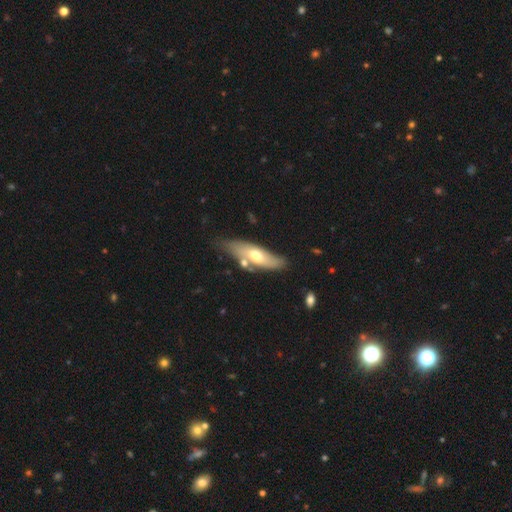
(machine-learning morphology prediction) This is possibly a smooth galaxy (52%). How rounded: possibly in between (58%). Merging: possibly none (59%).